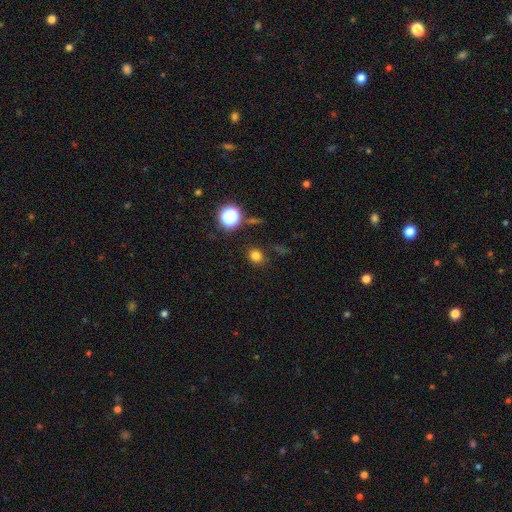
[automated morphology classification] Smooth or featured? Predicted: smooth (p=0.76). How rounded? Predicted: round (p=0.76). Merging? Predicted: none (p=0.85).